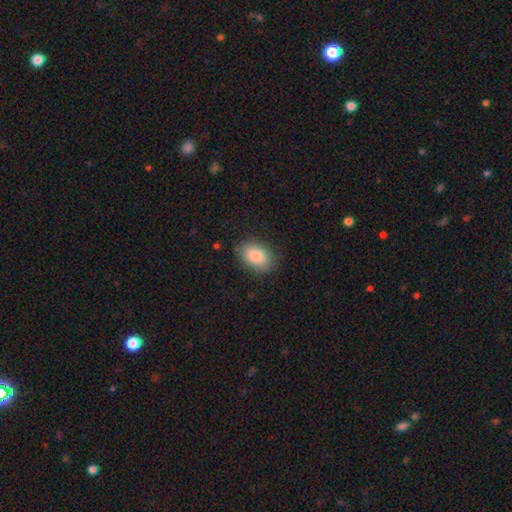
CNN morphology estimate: smooth-or-featured: smooth: 87% | star or artifact: 7% | featured or disk: 6%
  how-rounded: in between: 88% | round: 11% | cigar-shaped: 1%
  merging: none: 84% | minor disturbance: 12% | major disturbance: 3% | merger: 1%